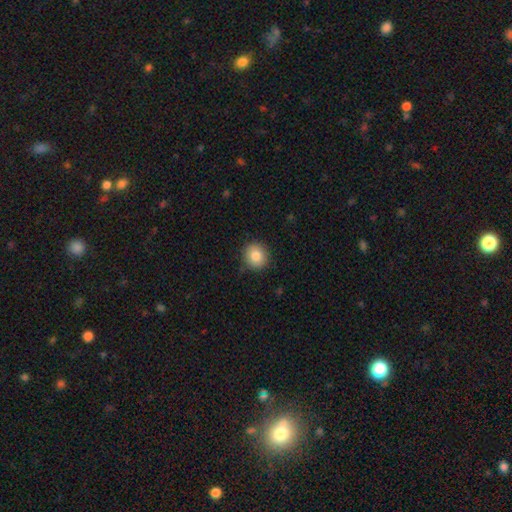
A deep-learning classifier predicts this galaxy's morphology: This is clearly a smooth galaxy (83%). How rounded: clearly round (88%). Merging: clearly none (87%).